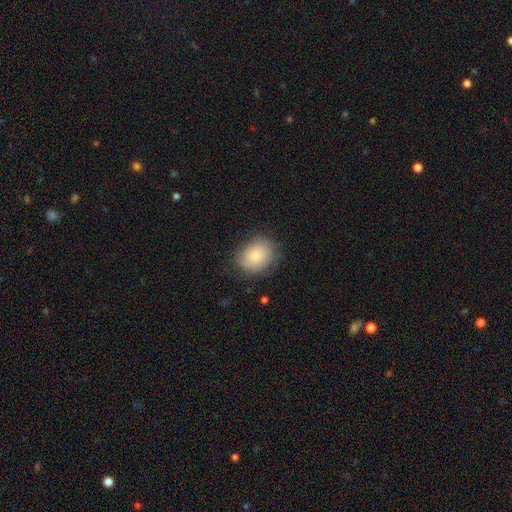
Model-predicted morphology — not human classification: smooth_or_featured: smooth (p=0.77) [alt: featured or disk p=0.15]
how_rounded: in between (p=0.50) [alt: round p=0.49]
merging: none (p=0.76) [alt: minor disturbance p=0.18]